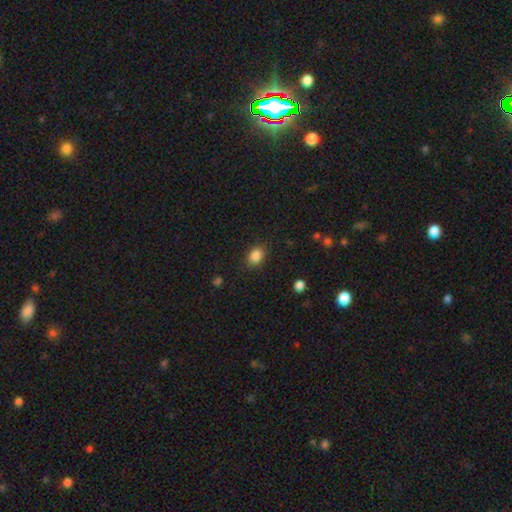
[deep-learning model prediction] The model was most divided on "how rounded": in between: 57%, round: 42%, cigar-shaped: 1%. More confident: smooth or featured — smooth (86%); merging — none (85%).